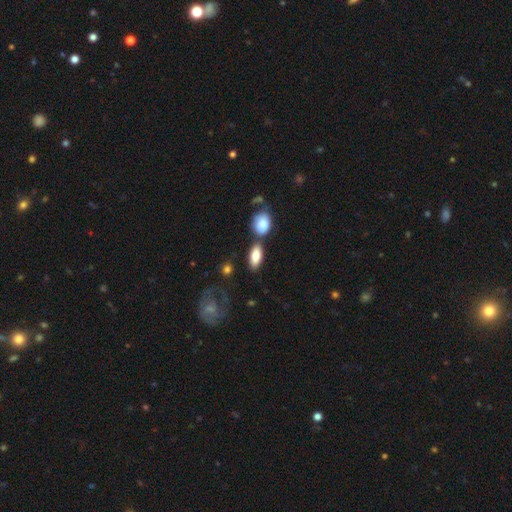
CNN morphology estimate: A smooth galaxy with no disk features (81%) that is in between round and cigar-shaped (82%). Merging: none (67%).